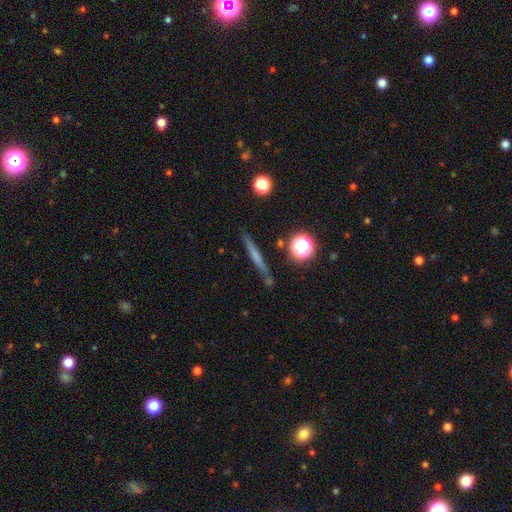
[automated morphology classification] Smooth or featured? smooth (50%)
How rounded? cigar-shaped (87%)
Merging? none (83%)